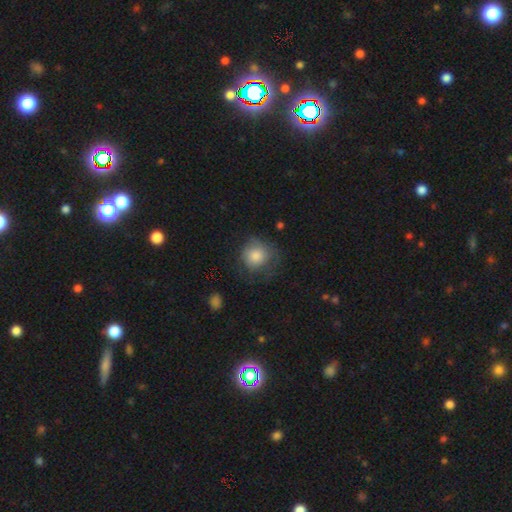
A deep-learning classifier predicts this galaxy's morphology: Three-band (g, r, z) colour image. It shows a smooth galaxy with no disk features (79%) that is round (86%). Merging: none (59%).